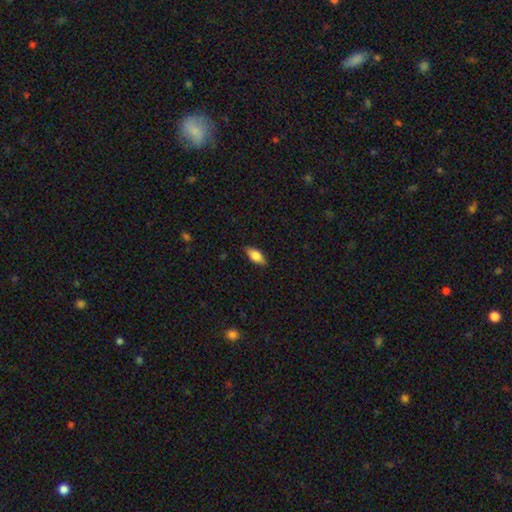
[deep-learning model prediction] Smooth or featured?
  - smooth: 77% *
  - featured or disk: 17%
  - star or artifact: 7%
How rounded?
  - in between: 84% *
  - cigar-shaped: 12%
  - round: 3%
Merging?
  - none: 86% *
  - minor disturbance: 11%
  - major disturbance: 2%
  - merger: 1%